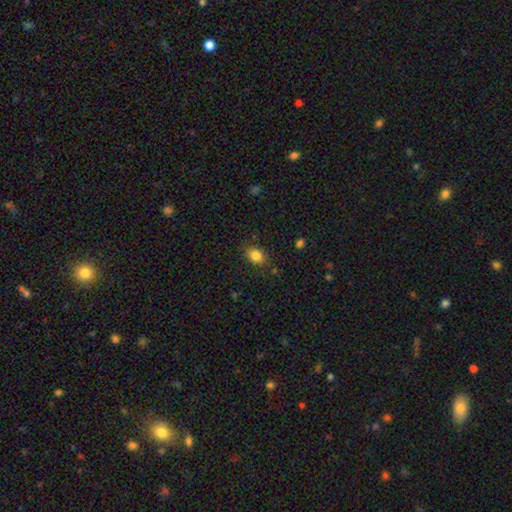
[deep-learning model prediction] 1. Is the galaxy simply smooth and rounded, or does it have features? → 84% smooth, 10% star or artifact, 6% featured or disk.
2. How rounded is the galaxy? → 74% in between, 25% round, 1% cigar-shaped.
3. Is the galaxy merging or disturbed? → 83% none, 12% minor disturbance, 3% major disturbance, 2% merger.